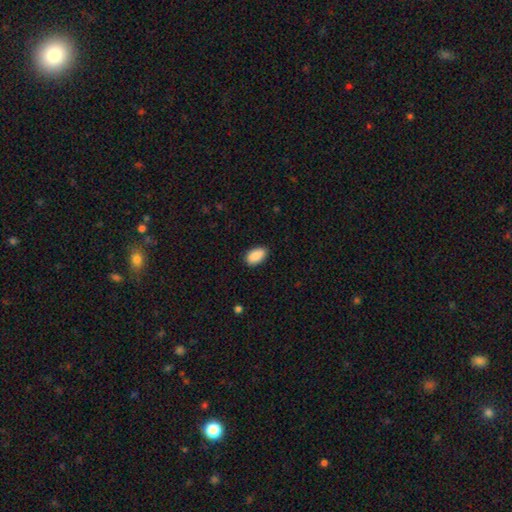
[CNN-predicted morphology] Smooth or featured?
  - smooth: 90% *
  - star or artifact: 6%
  - featured or disk: 3%
How rounded?
  - in between: 94% *
  - round: 4%
  - cigar-shaped: 2%
Merging?
  - none: 86% *
  - minor disturbance: 11%
  - major disturbance: 2%
  - merger: 1%